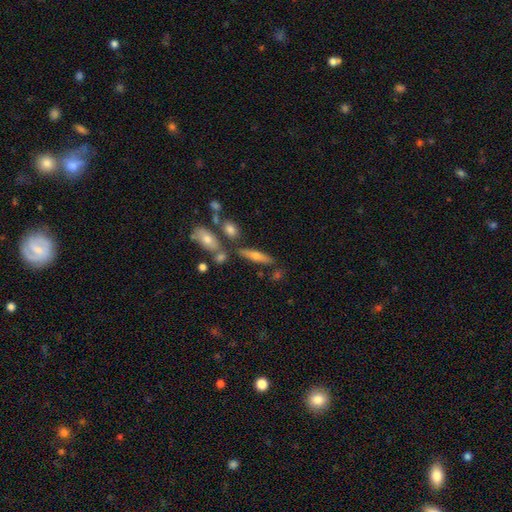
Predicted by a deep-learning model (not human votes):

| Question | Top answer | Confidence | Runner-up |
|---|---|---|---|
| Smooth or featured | featured or disk | 50% | smooth (41%) |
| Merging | none | 69% | merger (15%) |